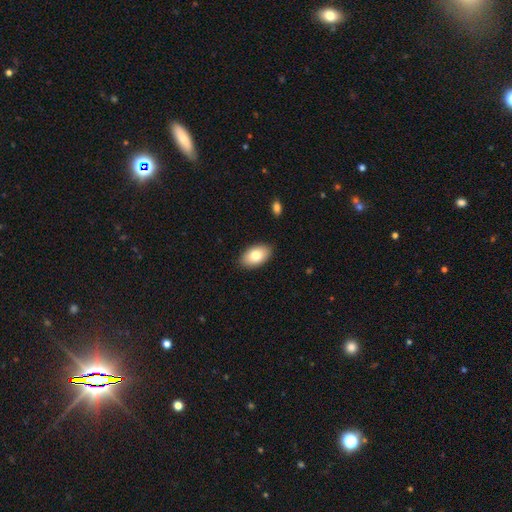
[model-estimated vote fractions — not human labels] A smooth galaxy with no disk features (79%) that is in between round and cigar-shaped (94%). Merging: none (88%).